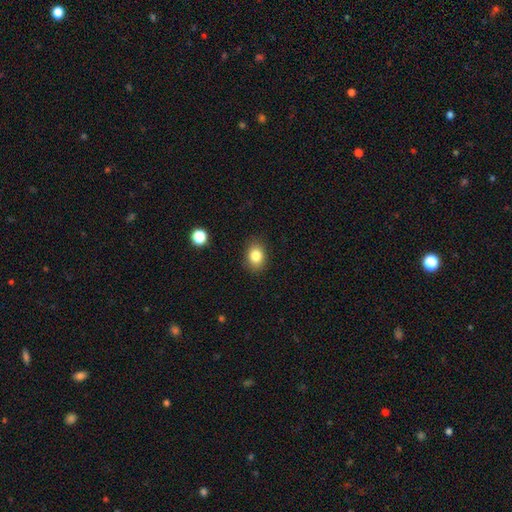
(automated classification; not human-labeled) Smooth or featured?
  - smooth: 83% *
  - star or artifact: 10%
  - featured or disk: 7%
How rounded?
  - in between: 62% *
  - round: 37%
  - cigar-shaped: 1%
Merging?
  - none: 87% *
  - minor disturbance: 10%
  - major disturbance: 3%
  - merger: 1%